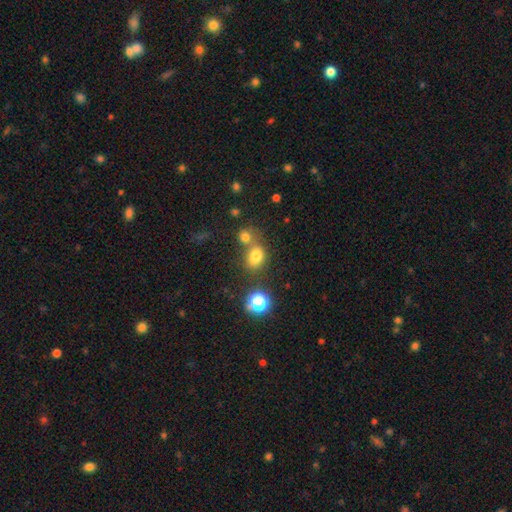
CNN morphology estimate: smooth-or-featured: smooth: 73% | star or artifact: 18% | featured or disk: 9%
  how-rounded: in between: 54% | round: 44% | cigar-shaped: 1%
  merging: none: 50% | merger: 33% | minor disturbance: 12% | major disturbance: 5%